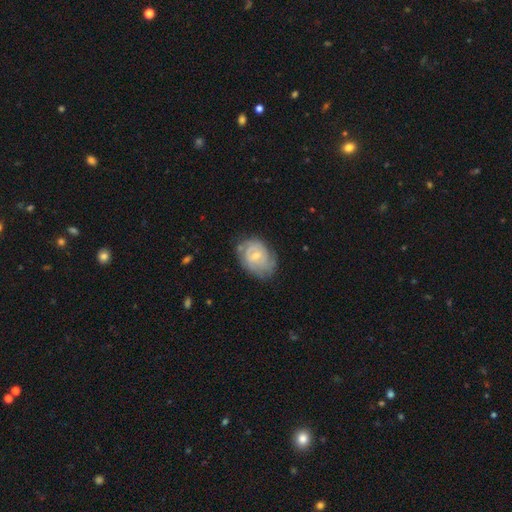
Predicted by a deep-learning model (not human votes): featured or disk 70%, smooth 24%, star or artifact 6%. Down the decision tree: edge-on disk — no (97%); bar — weak (47%, tied with no); spiral arms — yes (86%); spiral arm count — can't tell (42%); spiral winding — tight (61%); bulge size — small (57%); merging — none (64%).